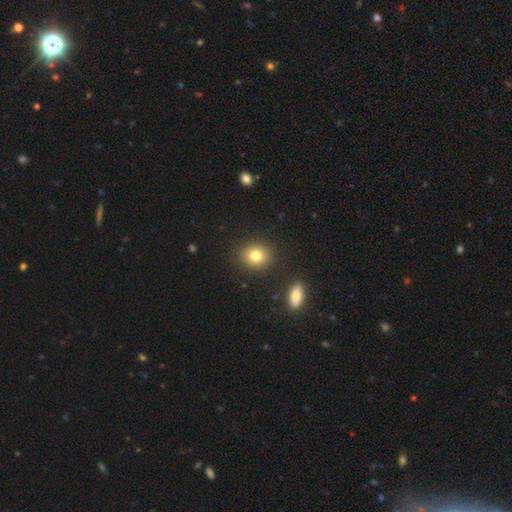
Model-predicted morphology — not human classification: Overall: smooth (80%). How rounded: round (72%). Merging: none (87%).